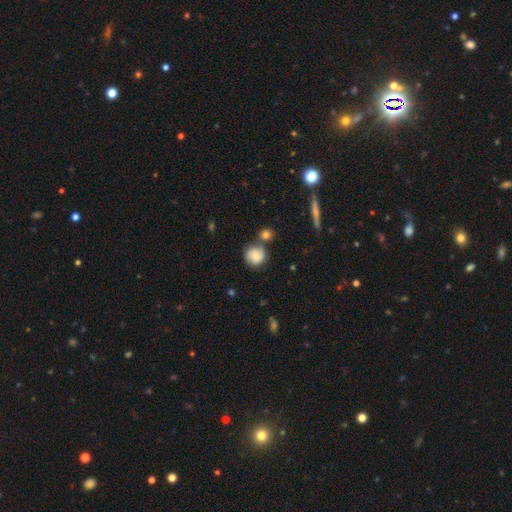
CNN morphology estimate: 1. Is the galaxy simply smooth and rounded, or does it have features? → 75% smooth, 16% featured or disk, 9% star or artifact.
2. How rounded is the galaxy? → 90% round, 9% in between, 1% cigar-shaped.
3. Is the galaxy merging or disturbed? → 63% none, 18% merger, 14% minor disturbance, 4% major disturbance.